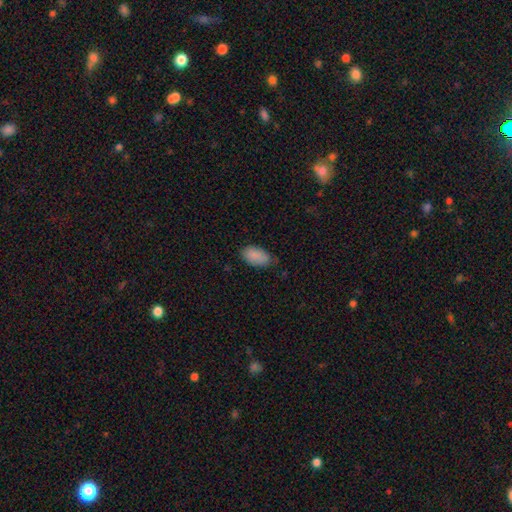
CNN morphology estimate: The model was most divided on "merging": none: 69%, minor disturbance: 26%, major disturbance: 4%, merger: 1%. More confident: how rounded — in between (94%); smooth or featured — smooth (88%).